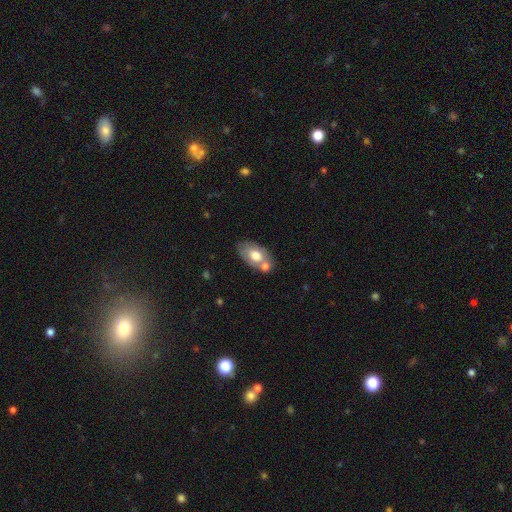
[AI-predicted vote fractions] A smooth galaxy with no disk features (67%) that is in between round and cigar-shaped (90%). Merging: none (51%).